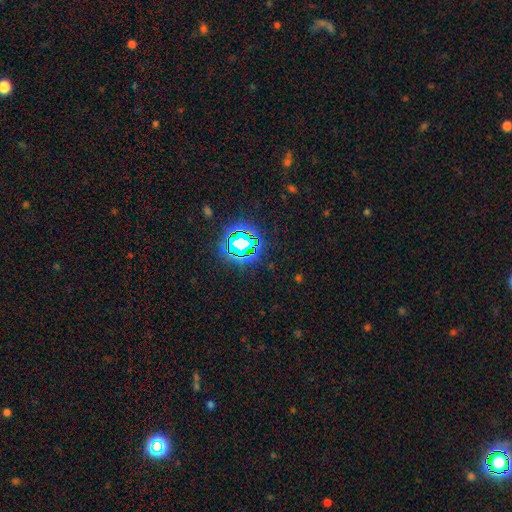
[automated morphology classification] Overall: star or artifact (79%).